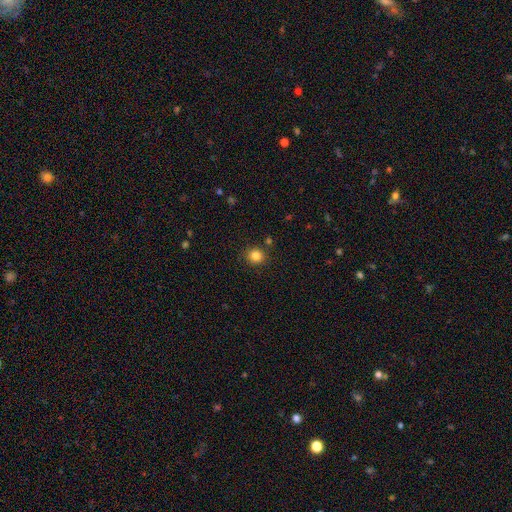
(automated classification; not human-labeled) Overall: smooth (83%). How rounded: round (86%). Merging: none (87%).